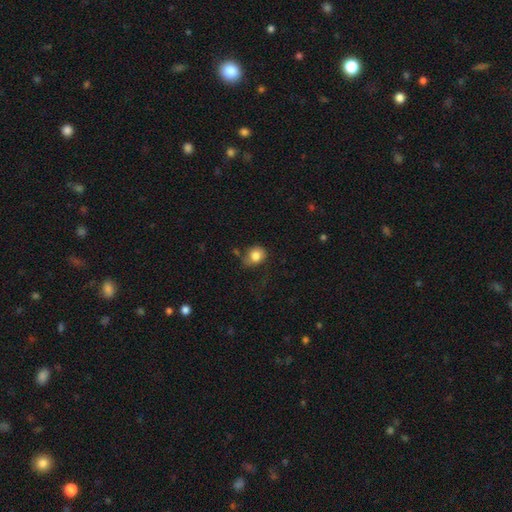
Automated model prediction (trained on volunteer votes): smooth-or-featured: smooth: 82% | star or artifact: 9% | featured or disk: 8%
  how-rounded: round: 56% | in between: 43% | cigar-shaped: 1%
  merging: none: 54% | minor disturbance: 30% | major disturbance: 11% | merger: 5%